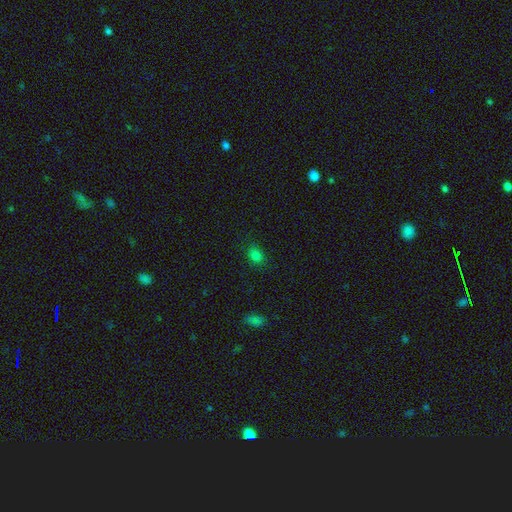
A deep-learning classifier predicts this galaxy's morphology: smooth 79%, star or artifact 16%, featured or disk 5%. Down the decision tree: how rounded — in between (63%); merging — none (80%).